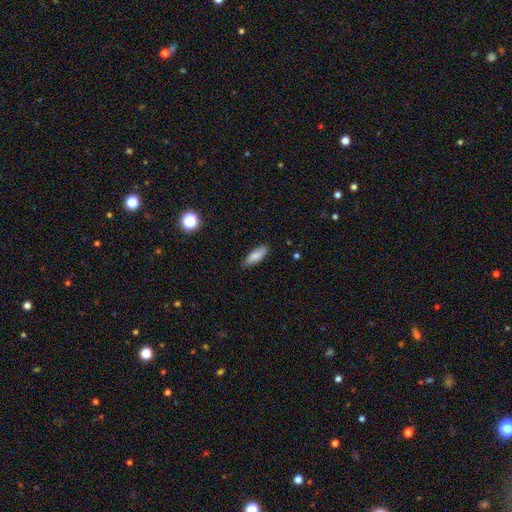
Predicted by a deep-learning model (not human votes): Smooth or featured? Predicted: smooth (p=0.83). How rounded? Predicted: in between (p=0.62). Merging? Predicted: none (p=0.85).